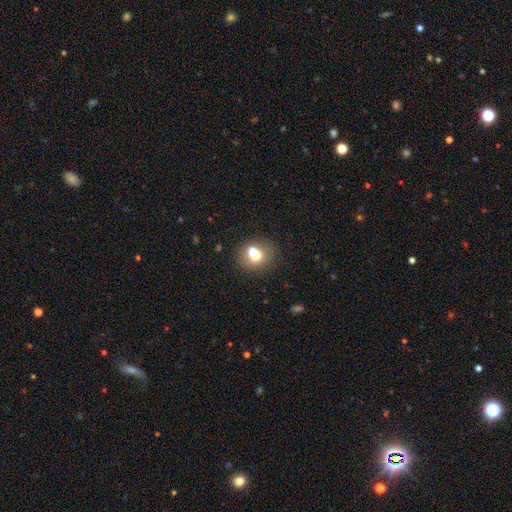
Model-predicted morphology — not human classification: smooth_or_featured: smooth (p=0.66) [alt: featured or disk p=0.21]
how_rounded: round (p=0.74) [alt: in between p=0.25]
merging: none (p=0.54) [alt: merger p=0.34]